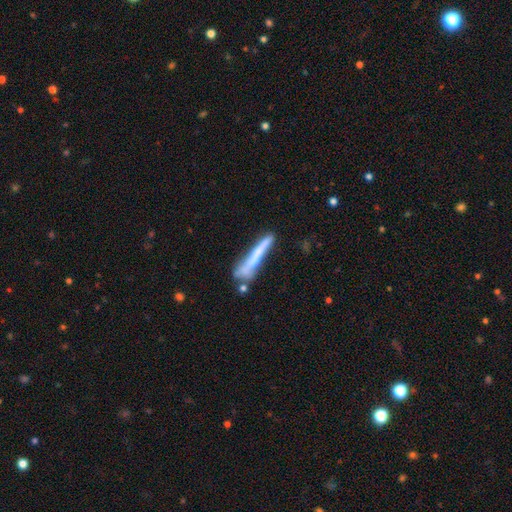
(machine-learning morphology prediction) This appears to be a smooth galaxy with no disk features (50%). Merging: none (50%).